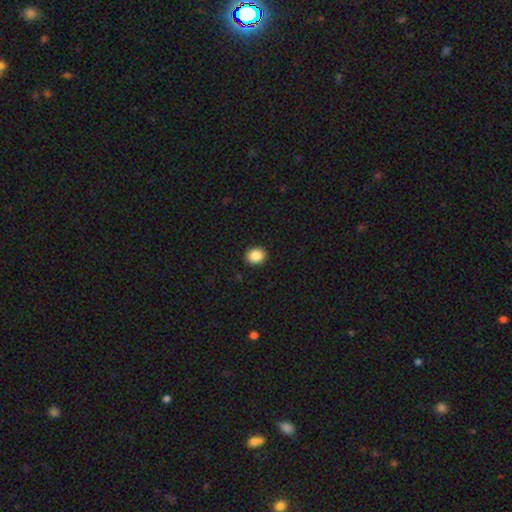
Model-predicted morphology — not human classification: smooth-or-featured: smooth: 87% | star or artifact: 9% | featured or disk: 4%
  how-rounded: round: 58% | in between: 42% | cigar-shaped: 1%
  merging: none: 92% | minor disturbance: 6% | major disturbance: 2% | merger: 1%